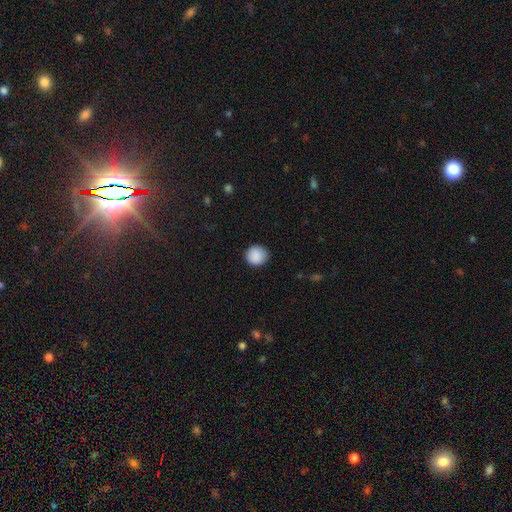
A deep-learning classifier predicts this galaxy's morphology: smooth-or-featured: smooth: 89% | star or artifact: 8% | featured or disk: 3%
  how-rounded: round: 91% | in between: 8% | cigar-shaped: 1%
  merging: none: 89% | minor disturbance: 8% | major disturbance: 2% | merger: 1%